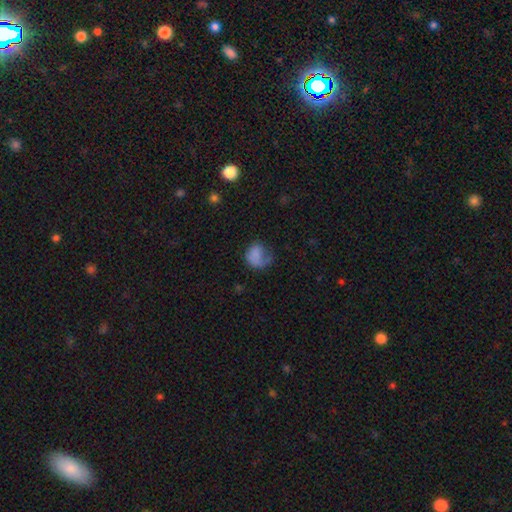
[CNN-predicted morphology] type=smooth (68%); roundness=round (61%); merging=major disturbance (40%).